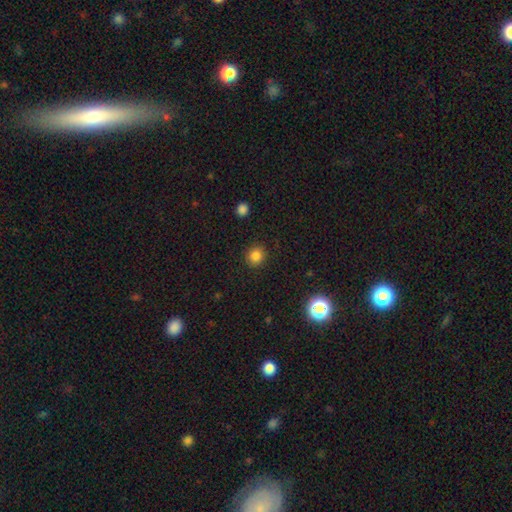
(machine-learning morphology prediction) This is clearly a smooth galaxy (84%). How rounded: clearly round (85%). Merging: clearly none (90%).